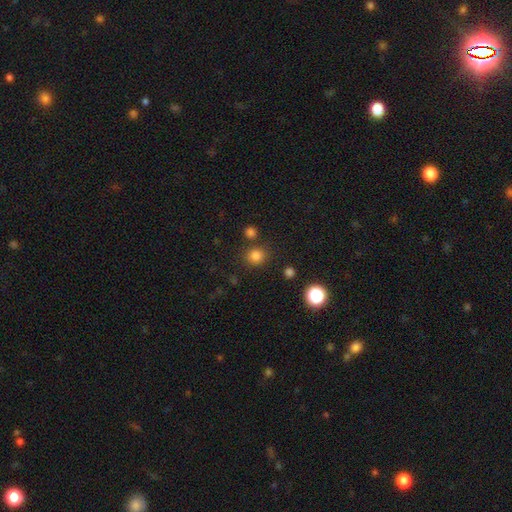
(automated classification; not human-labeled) The model was most divided on "smooth or featured": smooth: 81%, star or artifact: 15%, featured or disk: 4%. More confident: how rounded — round (87%); merging — none (80%).